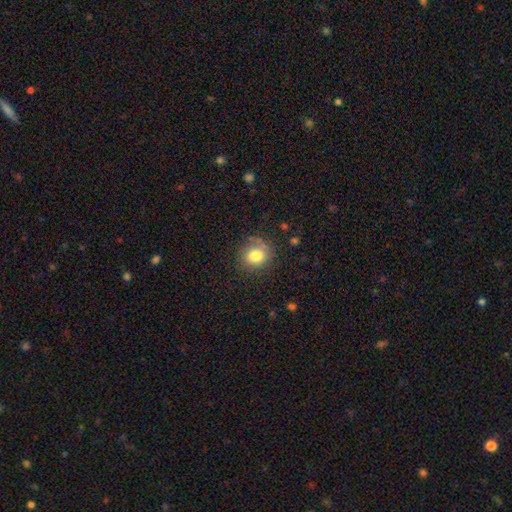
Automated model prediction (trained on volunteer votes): Q: Smooth or featured?
A: smooth (79%); runner-up: star or artifact (11%)
Q: How rounded?
A: round (76%); runner-up: in between (24%)
Q: Merging?
A: none (74%); runner-up: minor disturbance (17%)